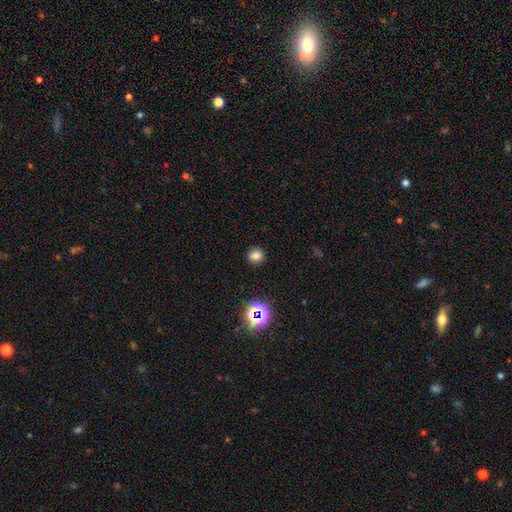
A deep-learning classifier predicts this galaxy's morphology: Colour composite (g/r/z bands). It shows a smooth galaxy with no disk features (76%) that is round (80%). Merging: none (89%).